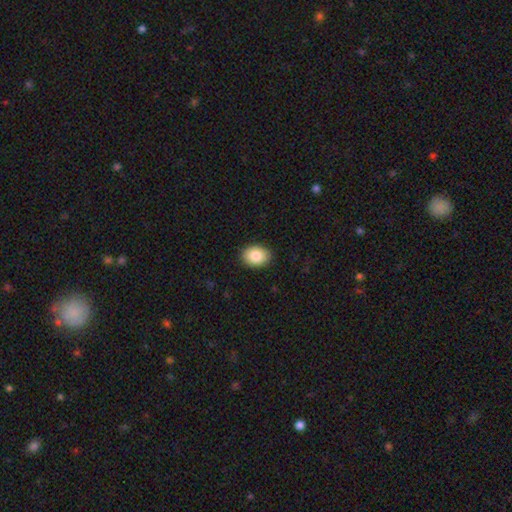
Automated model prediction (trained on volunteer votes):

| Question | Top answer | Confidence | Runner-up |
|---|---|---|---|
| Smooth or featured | smooth | 86% | star or artifact (7%) |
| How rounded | in between | 71% | round (28%) |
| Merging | none | 90% | minor disturbance (8%) |